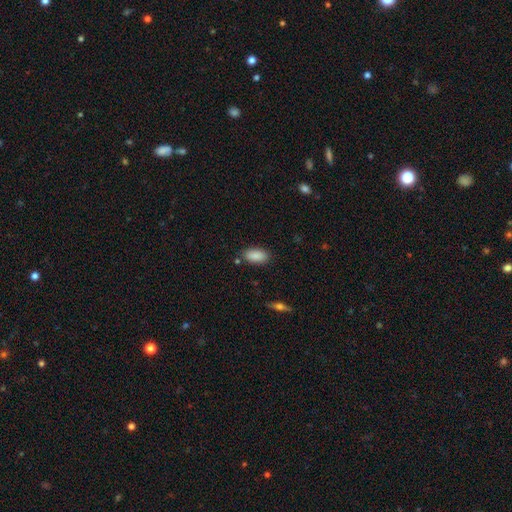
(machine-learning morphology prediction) Smooth or featured: smooth — 89% (star or artifact — 7%)
How rounded: in between — 91% (cigar-shaped — 7%)
Merging: none — 83% (minor disturbance — 11%)